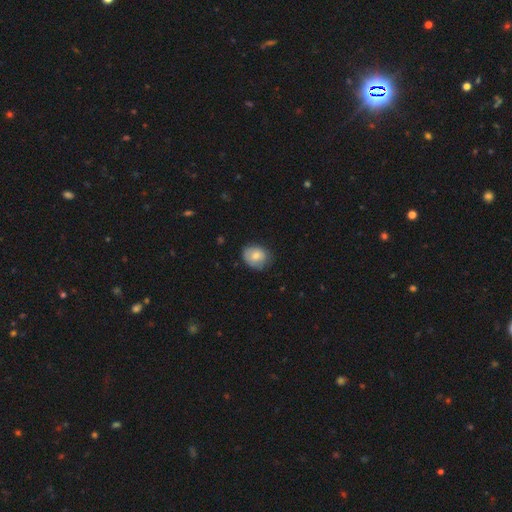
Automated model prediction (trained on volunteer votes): A smooth galaxy with no disk features (74%) that is round (52%).

Vote fractions:
- Smooth or featured? smooth: 74% / featured or disk: 19% / star or artifact: 7%
- How rounded? round: 52% / in between: 47% / cigar-shaped: 1%
- Merging? none: 69% / minor disturbance: 25% / major disturbance: 5% / merger: 1%